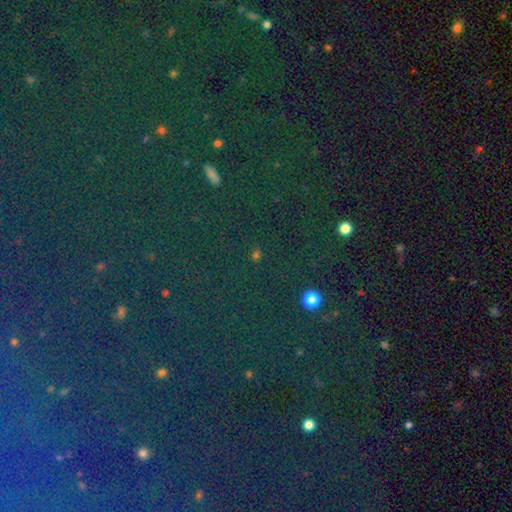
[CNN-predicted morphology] A star or artifact, not a galaxy (77%).

Vote fractions:
- Smooth or featured? star or artifact: 77% / smooth: 15% / featured or disk: 9%